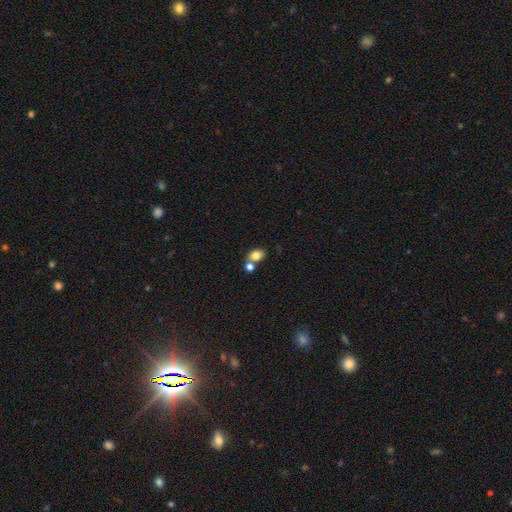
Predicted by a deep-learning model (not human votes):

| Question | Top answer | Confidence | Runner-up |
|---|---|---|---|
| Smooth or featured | smooth | 81% | star or artifact (10%) |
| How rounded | in between | 62% | round (36%) |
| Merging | none | 50% | merger (36%) |